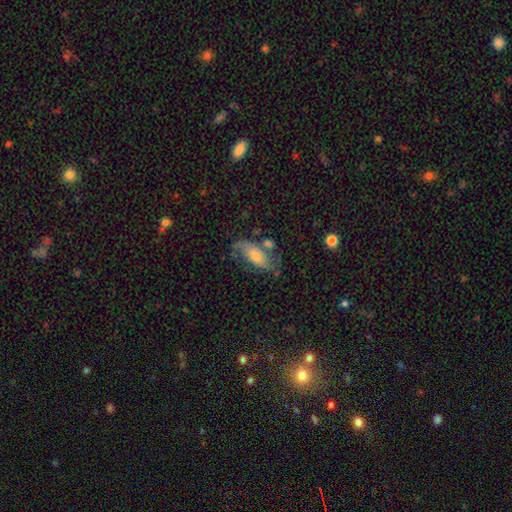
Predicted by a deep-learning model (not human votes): Q: Smooth or featured?
A: featured or disk (60%); runner-up: smooth (31%)
Q: Edge-on disk?
A: no (89%); runner-up: yes (11%)
Q: Bar?
A: no (63%); runner-up: weak (28%)
Q: Spiral arms?
A: yes (86%); runner-up: no (14%)
Q: Bulge size?
A: moderate (49%); runner-up: small (38%)
Q: Merging?
A: none (54%); runner-up: minor disturbance (23%)